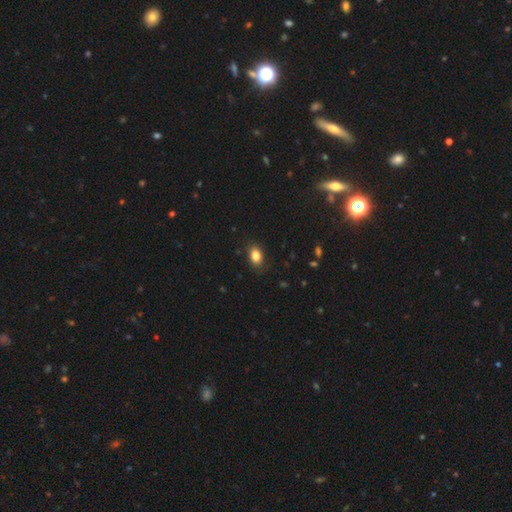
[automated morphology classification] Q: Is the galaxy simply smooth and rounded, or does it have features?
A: smooth — 86%.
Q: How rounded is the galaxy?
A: in between — 82%.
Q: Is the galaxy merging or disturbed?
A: none — 86%.